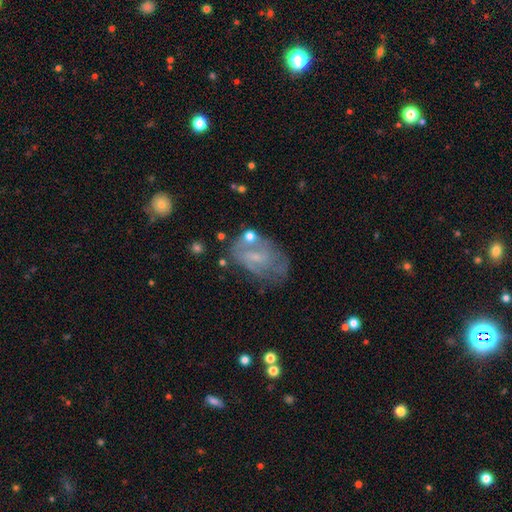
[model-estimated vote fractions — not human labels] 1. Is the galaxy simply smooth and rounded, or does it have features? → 58% featured or disk, 28% smooth, 13% star or artifact.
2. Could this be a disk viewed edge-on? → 95% no, 5% yes.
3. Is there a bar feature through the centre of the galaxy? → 45% weak, 43% no, 12% strong.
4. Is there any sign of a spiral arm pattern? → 59% yes, 41% no.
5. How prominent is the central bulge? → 56% small, 21% none, 20% moderate, 1% large, 1% dominant.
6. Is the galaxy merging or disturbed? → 53% none, 24% minor disturbance, 16% major disturbance, 8% merger.